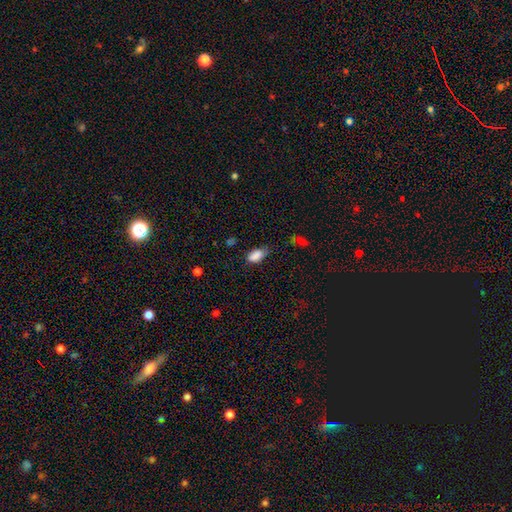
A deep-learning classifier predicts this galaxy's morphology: Smooth or featured?
  - smooth: 86% *
  - star or artifact: 9%
  - featured or disk: 5%
How rounded?
  - in between: 90% *
  - cigar-shaped: 6%
  - round: 4%
Merging?
  - none: 55% *
  - minor disturbance: 32%
  - major disturbance: 9%
  - merger: 3%